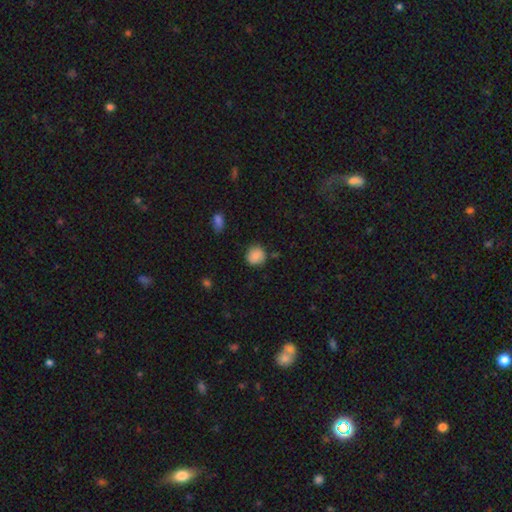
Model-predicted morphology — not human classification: Smooth or featured: smooth — 87% (star or artifact — 8%)
How rounded: round — 87% (in between — 12%)
Merging: none — 81% (minor disturbance — 14%)